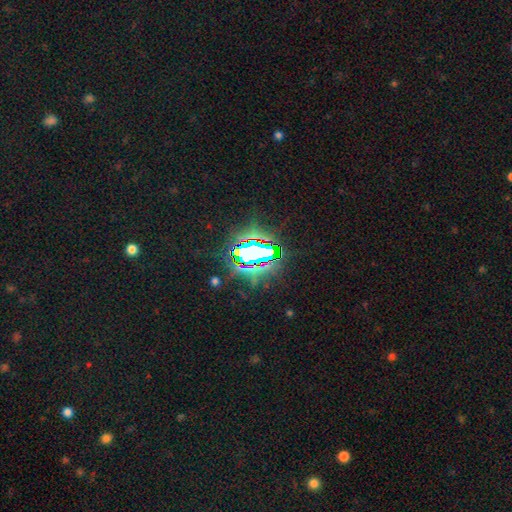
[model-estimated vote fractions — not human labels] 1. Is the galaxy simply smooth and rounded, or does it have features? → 73% star or artifact, 15% smooth, 12% featured or disk.